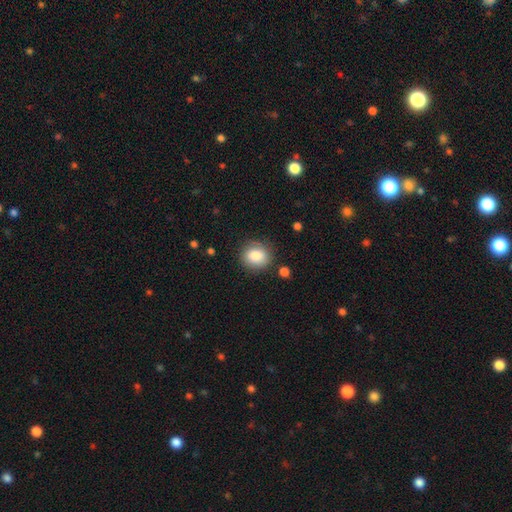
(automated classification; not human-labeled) This is clearly a smooth galaxy (84%). How rounded: likely round (72%). Merging: clearly none (83%).